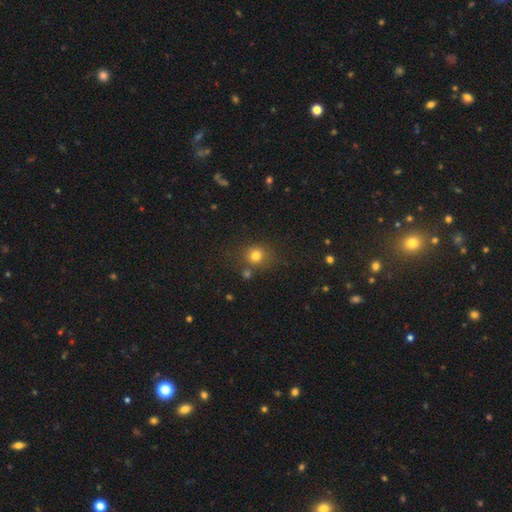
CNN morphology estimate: type=smooth (76%); roundness=round (83%); merging=none (72%).